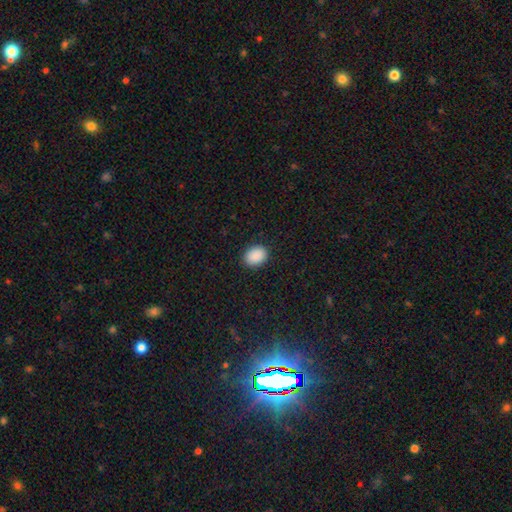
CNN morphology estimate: This is clearly a smooth galaxy (90%). How rounded: likely in between (64%). Merging: clearly none (90%).